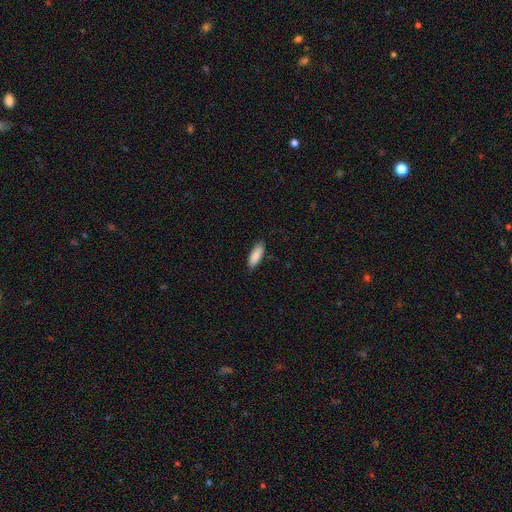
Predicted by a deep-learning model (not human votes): The model was most divided on "how rounded": in between: 66%, cigar-shaped: 32%, round: 2%. More confident: smooth or featured — smooth (89%); merging — none (84%).